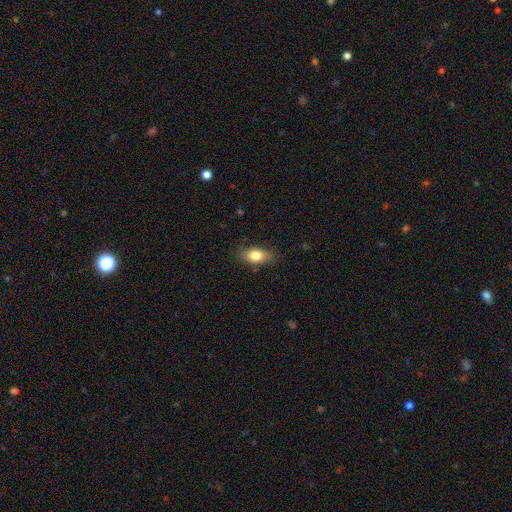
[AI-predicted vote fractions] smooth_or_featured: smooth (p=0.79) [alt: featured or disk p=0.13]
how_rounded: in between (p=0.83) [alt: round p=0.10]
merging: none (p=0.80) [alt: minor disturbance p=0.16]